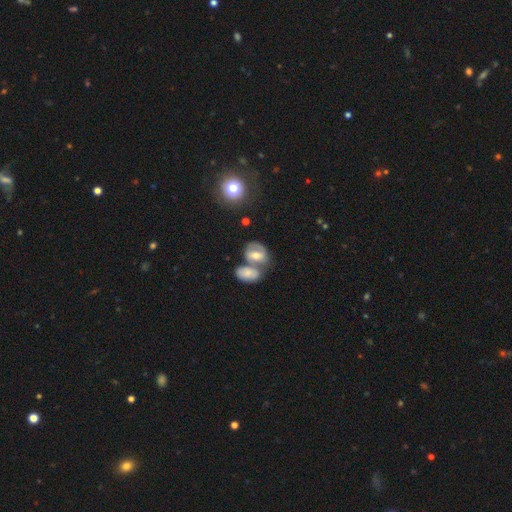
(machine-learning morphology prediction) A smooth galaxy with no disk features (48%). Merging: merger (46%).